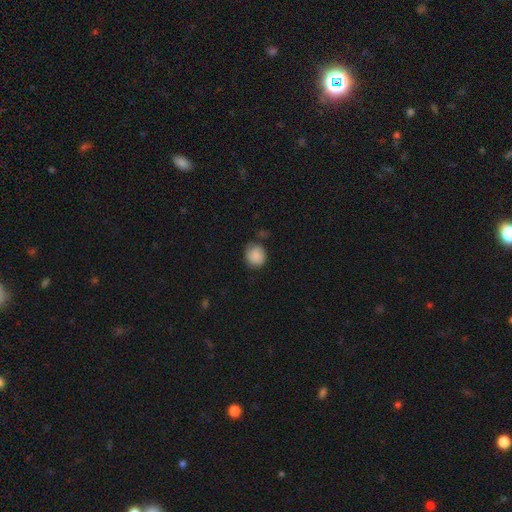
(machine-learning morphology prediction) Overall: smooth (82%). How rounded: round (74%). Merging: none (61%; minor disturbance 28%).